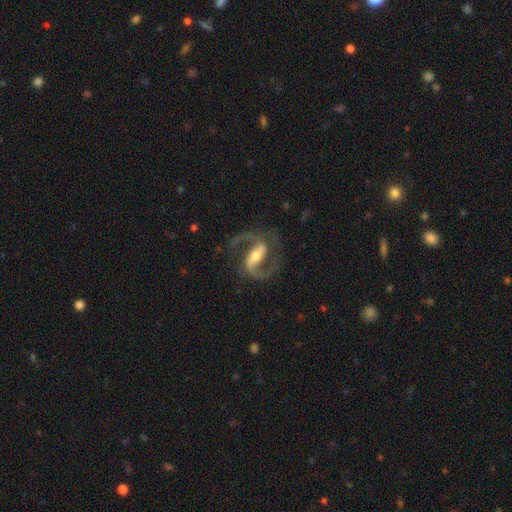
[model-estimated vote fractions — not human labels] The model was most divided on "bulge size": moderate: 58%, small: 34%, large: 6%, none: 2%, dominant: 1%. More confident: spiral arms — yes (98%); edge-on disk — no (97%); spiral arm count — 2 (94%); smooth or featured — featured or disk (92%); merging — none (80%); spiral winding — medium (62%); bar — strong (57%).